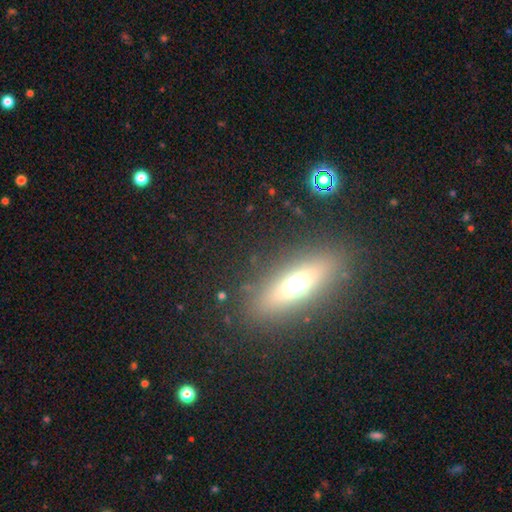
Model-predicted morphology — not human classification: A smooth galaxy with no disk features (44%, tied with featured or disk). Merging: none (86%).